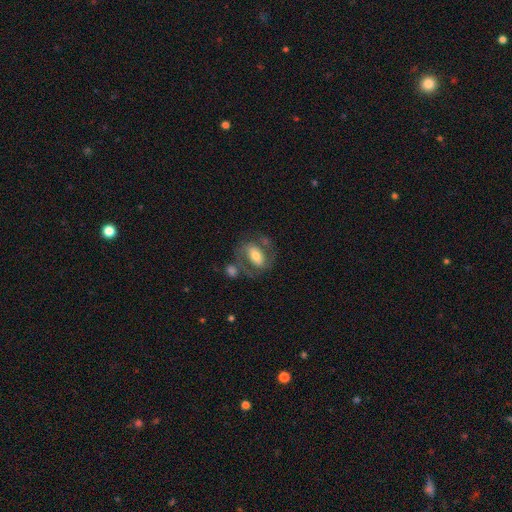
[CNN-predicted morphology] Smooth or featured? Predicted: featured or disk (p=0.53). Edge-on disk? Predicted: no (p=0.93). Merging? Predicted: none (p=0.49).